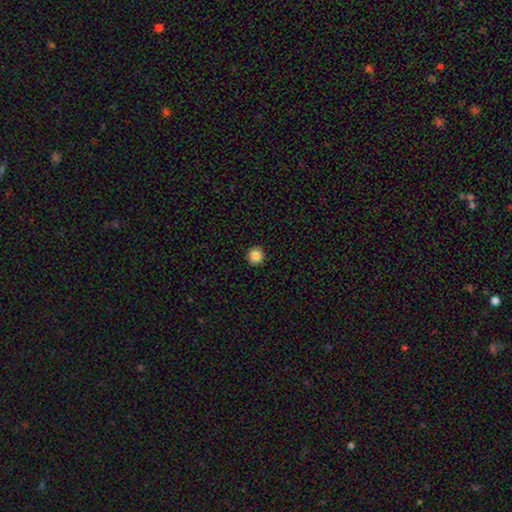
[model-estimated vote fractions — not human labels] smooth_or_featured: smooth (p=0.86) [alt: star or artifact p=0.10]
how_rounded: round (p=0.94) [alt: in between p=0.05]
merging: none (p=0.93) [alt: minor disturbance p=0.05]